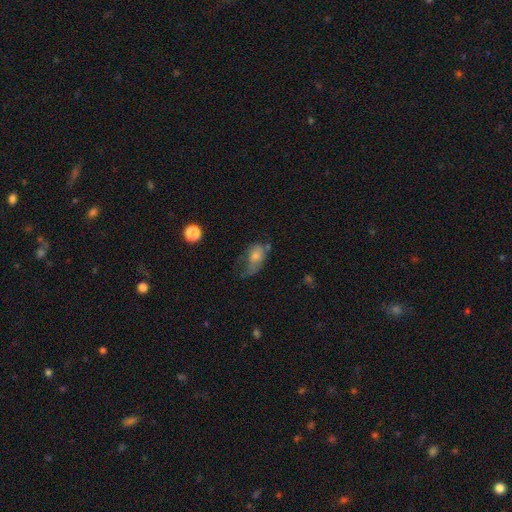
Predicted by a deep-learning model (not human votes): Q: Smooth or featured?
A: smooth (57%); runner-up: featured or disk (30%)
Q: How rounded?
A: in between (80%); runner-up: round (16%)
Q: Merging?
A: major disturbance (39%); runner-up: minor disturbance (29%)